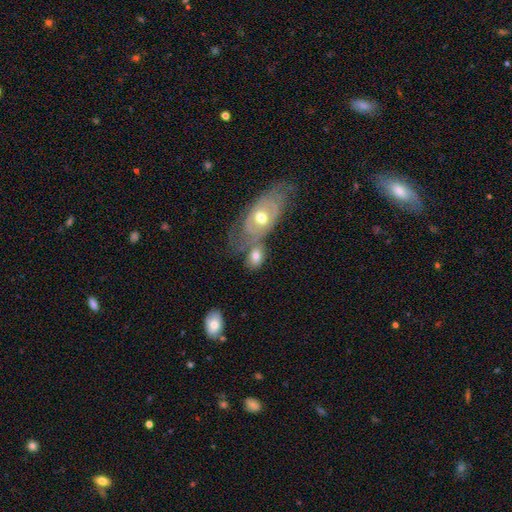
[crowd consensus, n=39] smooth 62%, featured or disk 36%, star or artifact 3%. Down the decision tree: how rounded — in between (71%); merging — none (53%).